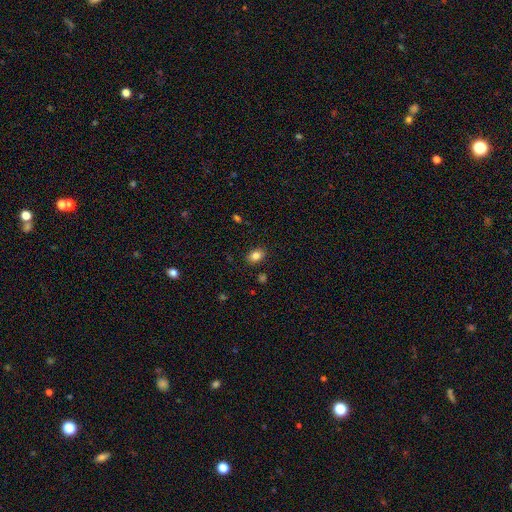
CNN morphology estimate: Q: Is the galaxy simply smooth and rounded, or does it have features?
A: smooth — 84%.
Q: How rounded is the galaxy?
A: in between — 75%.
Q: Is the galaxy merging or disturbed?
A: none — 87%.